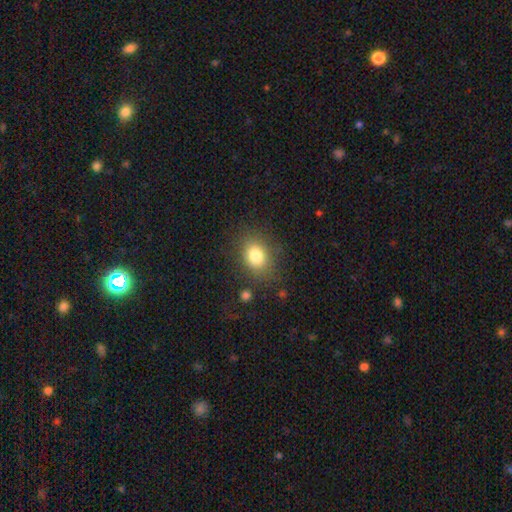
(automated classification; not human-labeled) A smooth galaxy with no disk features (81%) that is in between round and cigar-shaped (52%). Merging: none (80%).